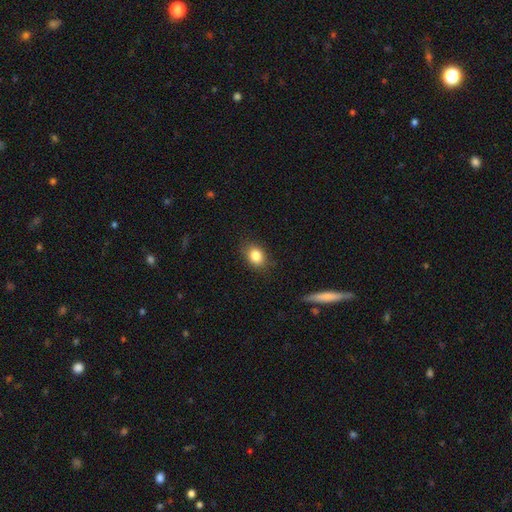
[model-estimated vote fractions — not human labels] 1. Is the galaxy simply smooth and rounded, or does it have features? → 84% smooth, 9% star or artifact, 7% featured or disk.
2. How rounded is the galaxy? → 65% in between, 34% round, 1% cigar-shaped.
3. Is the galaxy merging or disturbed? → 83% none, 13% minor disturbance, 3% major disturbance, 1% merger.